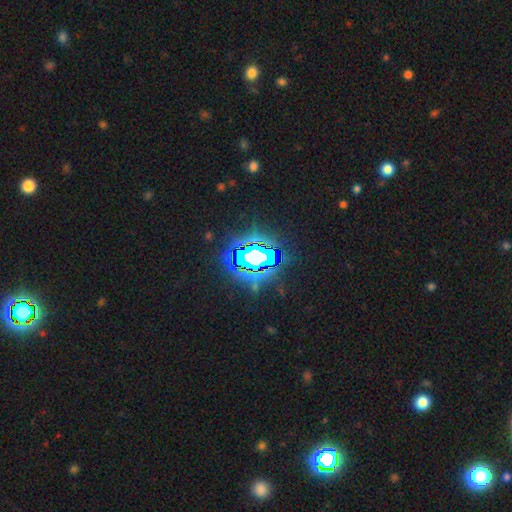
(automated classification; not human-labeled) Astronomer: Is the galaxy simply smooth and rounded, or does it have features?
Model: star or artifact — 71%.